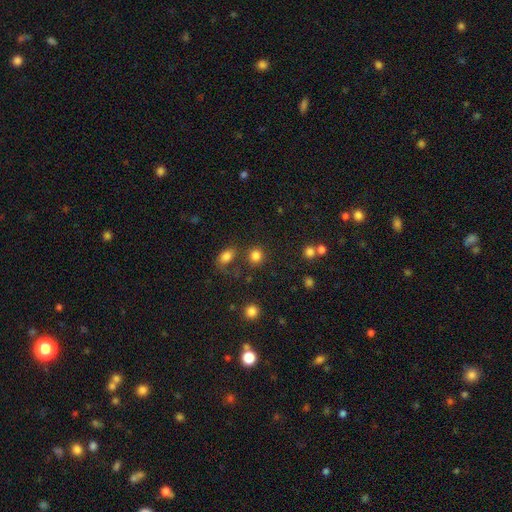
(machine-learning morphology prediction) smooth-or-featured: smooth: 83% | star or artifact: 12% | featured or disk: 5%
  how-rounded: round: 84% | in between: 15% | cigar-shaped: 1%
  merging: none: 76% | merger: 10% | minor disturbance: 9% | major disturbance: 5%